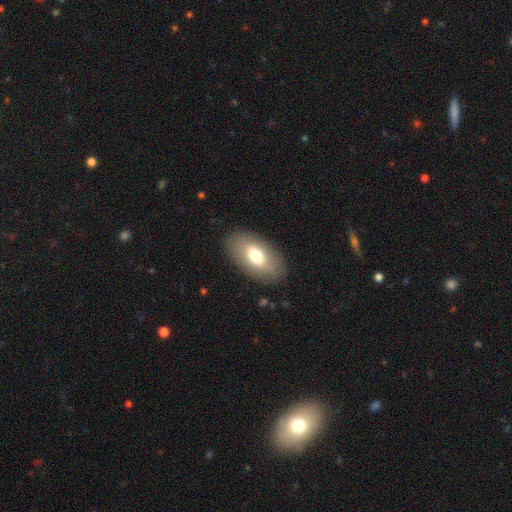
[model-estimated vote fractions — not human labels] Smooth or featured?
  - smooth: 71% *
  - featured or disk: 22%
  - star or artifact: 7%
How rounded?
  - in between: 93% *
  - round: 5%
  - cigar-shaped: 2%
Merging?
  - none: 86% *
  - minor disturbance: 9%
  - major disturbance: 3%
  - merger: 1%